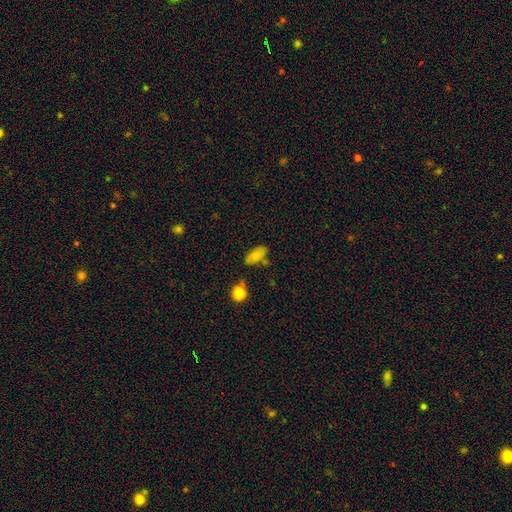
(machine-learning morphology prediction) Smooth or featured?
  - smooth: 75% *
  - featured or disk: 16%
  - star or artifact: 9%
How rounded?
  - in between: 87% *
  - cigar-shaped: 8%
  - round: 5%
Merging?
  - none: 61% *
  - minor disturbance: 23%
  - merger: 9%
  - major disturbance: 7%